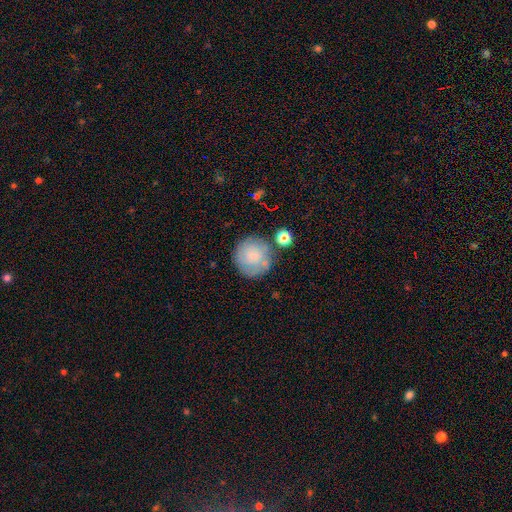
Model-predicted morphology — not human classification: This appears to be a smooth galaxy with no disk features (73%) that is round (94%). Merging: none (71%).